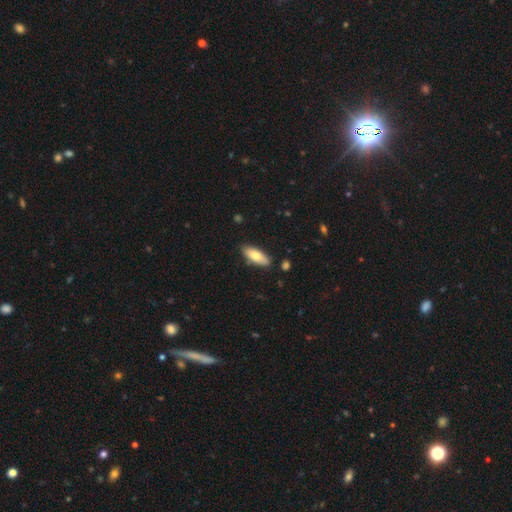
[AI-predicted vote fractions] smooth 74%, featured or disk 20%, star or artifact 6%. Down the decision tree: how rounded — in between (71%); merging — none (84%).